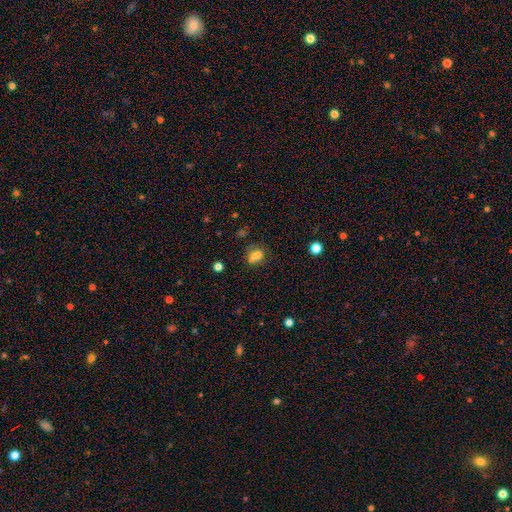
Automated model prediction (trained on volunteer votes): Morphology: type=smooth (67%); roundness=in between (56%); merging=none (49%).